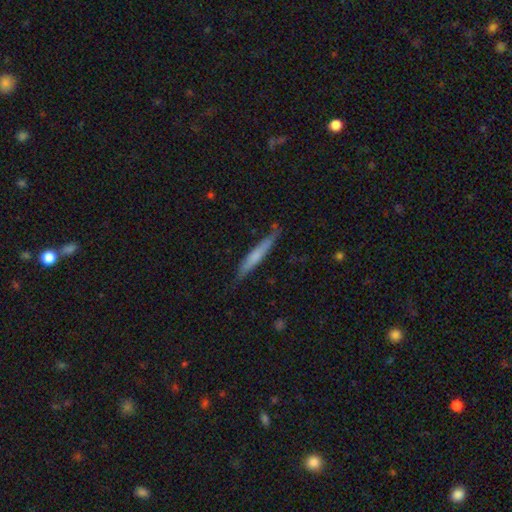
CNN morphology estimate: Q: Smooth or featured?
A: smooth (58%); runner-up: featured or disk (37%)
Q: How rounded?
A: cigar-shaped (95%); runner-up: in between (4%)
Q: Merging?
A: none (81%); runner-up: minor disturbance (15%)